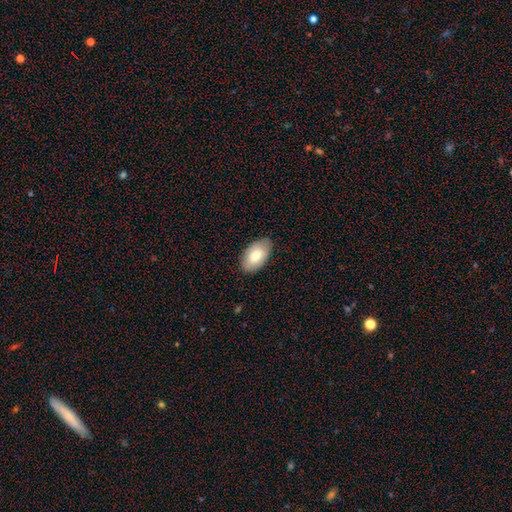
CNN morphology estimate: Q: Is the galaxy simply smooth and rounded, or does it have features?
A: smooth — 77%.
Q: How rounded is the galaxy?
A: in between — 95%.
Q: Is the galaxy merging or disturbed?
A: none — 85%.